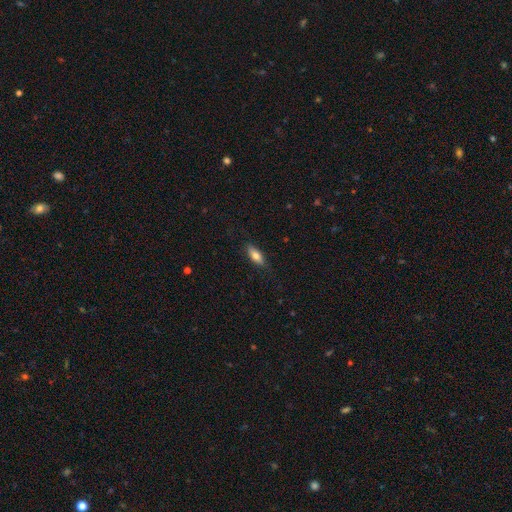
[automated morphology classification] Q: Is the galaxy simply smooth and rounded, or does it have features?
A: smooth — 76%.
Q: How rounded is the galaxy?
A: in between — 70%.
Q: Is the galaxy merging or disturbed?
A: none — 82%.